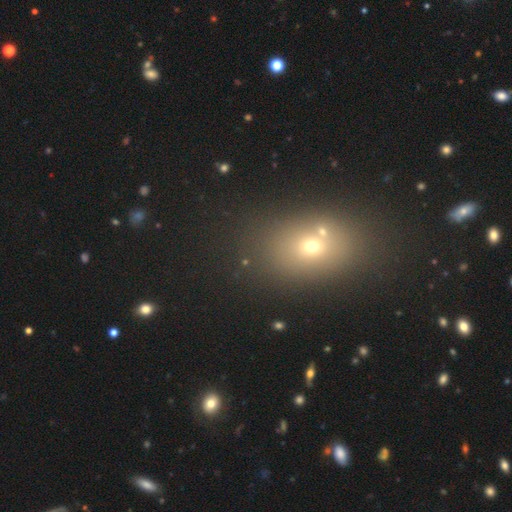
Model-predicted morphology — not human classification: Q: Smooth or featured?
A: smooth (52%); runner-up: star or artifact (36%)
Q: How rounded?
A: in between (61%); runner-up: round (36%)
Q: Merging?
A: none (79%); runner-up: minor disturbance (9%)